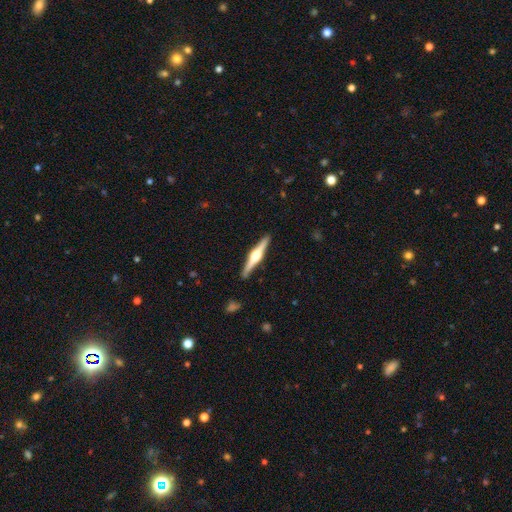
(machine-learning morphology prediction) Smooth or featured?
  - featured or disk: 78% *
  - smooth: 17%
  - star or artifact: 4%
Edge-on disk?
  - yes: 98% *
  - no: 2%
Edge-on bulge?
  - rounded: 94% *
  - boxy: 4%
  - none: 2%
Merging?
  - none: 91% *
  - minor disturbance: 6%
  - major disturbance: 1%
  - merger: 1%